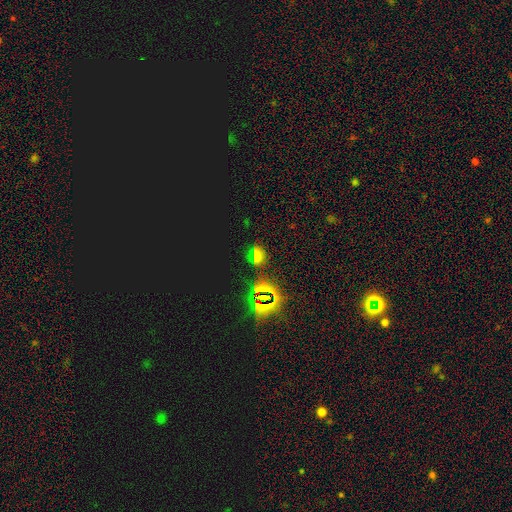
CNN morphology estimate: Smooth or featured? Predicted: star or artifact (p=0.62).